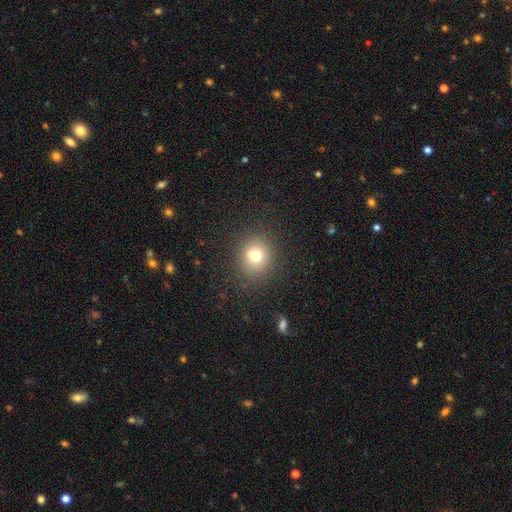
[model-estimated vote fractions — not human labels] Q: Smooth or featured?
A: smooth (75%); runner-up: star or artifact (15%)
Q: How rounded?
A: round (79%); runner-up: in between (20%)
Q: Merging?
A: none (86%); runner-up: minor disturbance (9%)